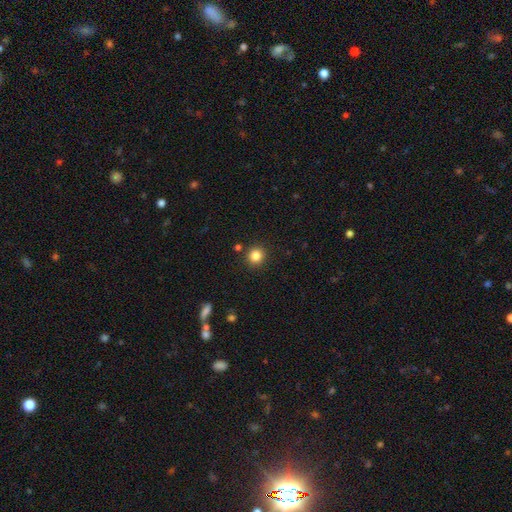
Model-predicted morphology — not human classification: smooth_or_featured: smooth (p=0.84) [alt: star or artifact p=0.12]
how_rounded: round (p=0.92) [alt: in between p=0.07]
merging: none (p=0.89) [alt: minor disturbance p=0.06]